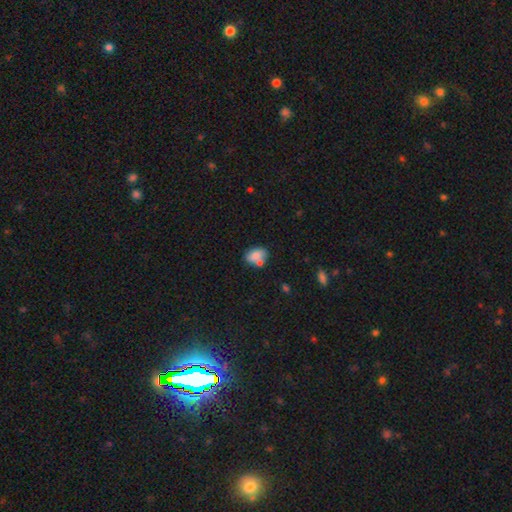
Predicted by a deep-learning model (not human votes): Q: Smooth or featured?
A: smooth (77%); runner-up: featured or disk (14%)
Q: How rounded?
A: in between (81%); runner-up: round (18%)
Q: Merging?
A: none (52%); runner-up: merger (26%)